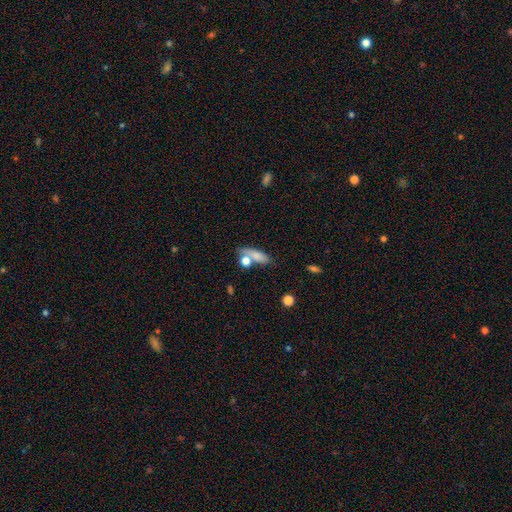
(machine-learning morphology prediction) The model was most divided on "merging": none: 48%, merger: 28%, minor disturbance: 16%, major disturbance: 8%. More confident: smooth or featured — smooth (75%); how rounded — in between (60%).